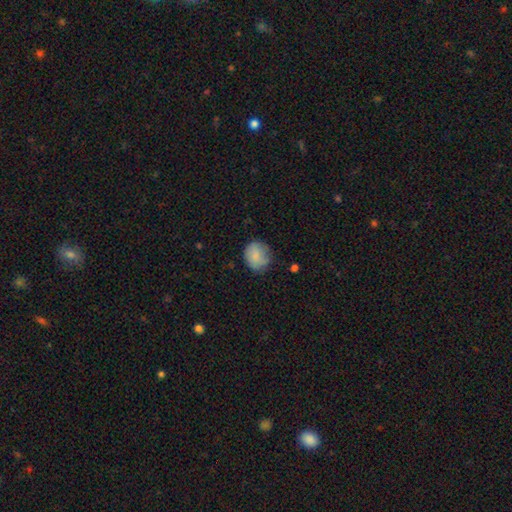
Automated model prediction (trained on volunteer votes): Morphology: type=smooth (83%); roundness=round (71%); merging=none (69%).